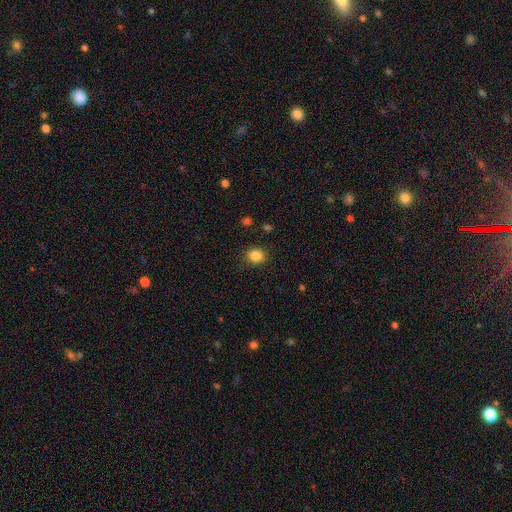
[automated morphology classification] Smooth or featured? smooth (85%)
How rounded? round (70%)
Merging? none (87%)